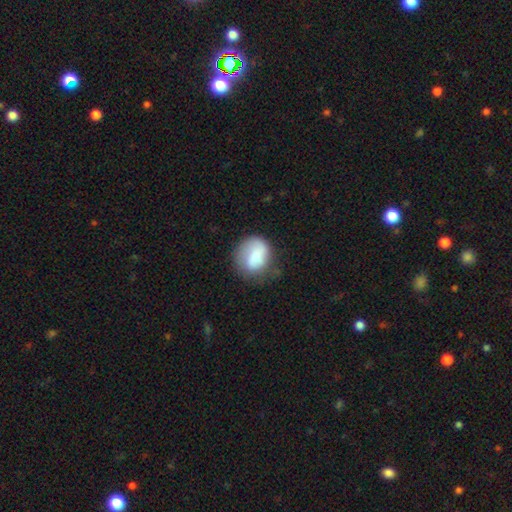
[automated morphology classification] A smooth galaxy with no disk features (75%) that is round (60%). Merging: none (50%).